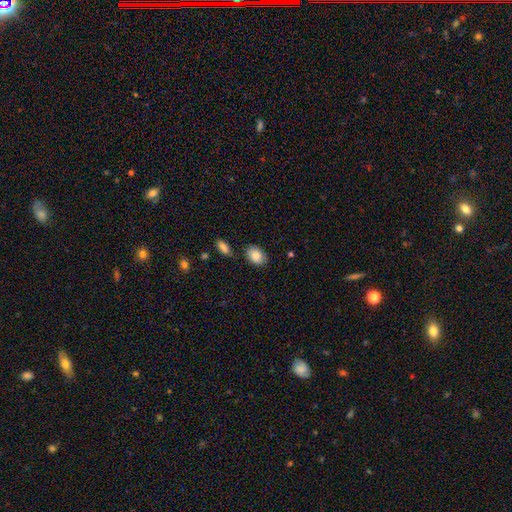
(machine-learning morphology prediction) Smooth or featured? Predicted: smooth (p=0.86). How rounded? Predicted: in between (p=0.81). Merging? Predicted: none (p=0.79).